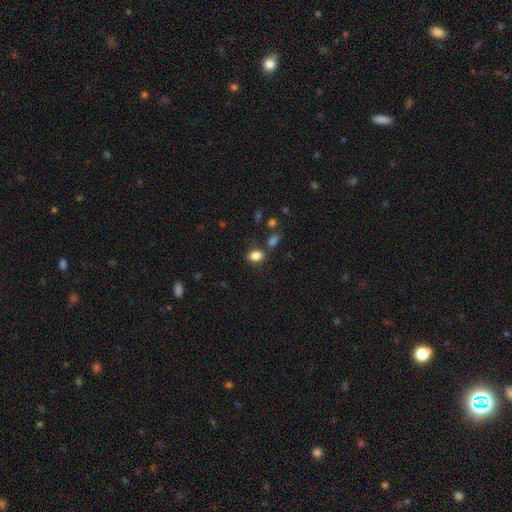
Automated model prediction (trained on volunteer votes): smooth 84%, star or artifact 10%, featured or disk 6%. Down the decision tree: how rounded — in between (76%); merging — none (72%).